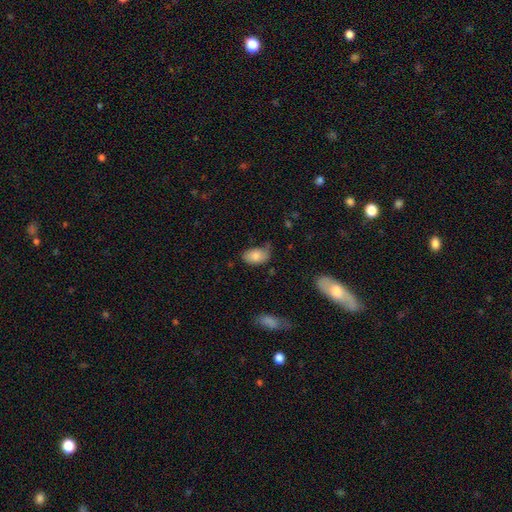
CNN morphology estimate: Smooth or featured: smooth — 81% (featured or disk — 11%)
How rounded: in between — 91% (round — 7%)
Merging: none — 48% (minor disturbance — 37%)